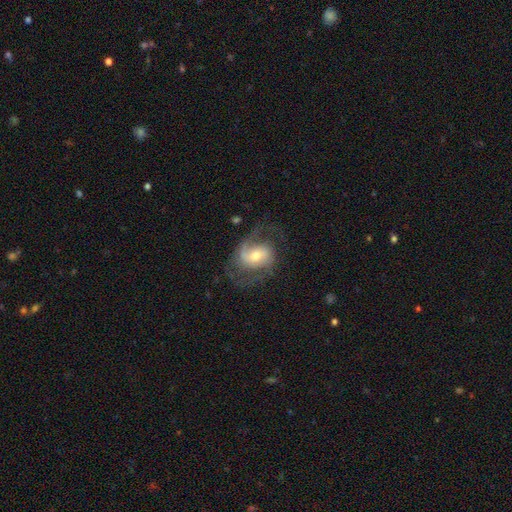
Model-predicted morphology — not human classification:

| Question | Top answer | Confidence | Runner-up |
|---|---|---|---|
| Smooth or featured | featured or disk | 80% | smooth (14%) |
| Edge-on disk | no | 97% | yes (3%) |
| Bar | weak | 43% | no (42%) |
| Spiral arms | yes | 93% | no (7%) |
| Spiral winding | medium | 50% | loose (29%) |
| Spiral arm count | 2 | 73% | can't tell (10%) |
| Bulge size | moderate | 53% | small (37%) |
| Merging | none | 62% | major disturbance (18%) |